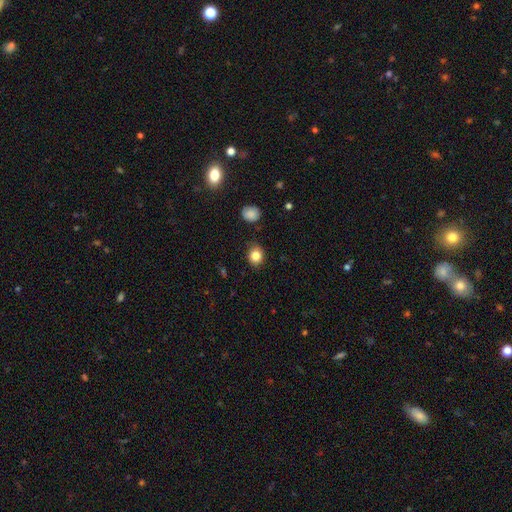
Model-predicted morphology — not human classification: Overall: smooth (83%). How rounded: round (71%). Merging: none (84%).